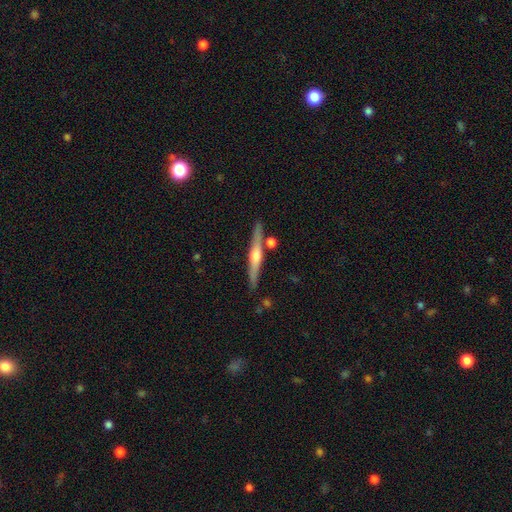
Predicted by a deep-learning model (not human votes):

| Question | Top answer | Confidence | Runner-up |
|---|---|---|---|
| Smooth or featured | featured or disk | 71% | smooth (23%) |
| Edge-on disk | yes | 98% | no (2%) |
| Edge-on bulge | rounded | 90% | none (5%) |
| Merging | none | 84% | minor disturbance (9%) |